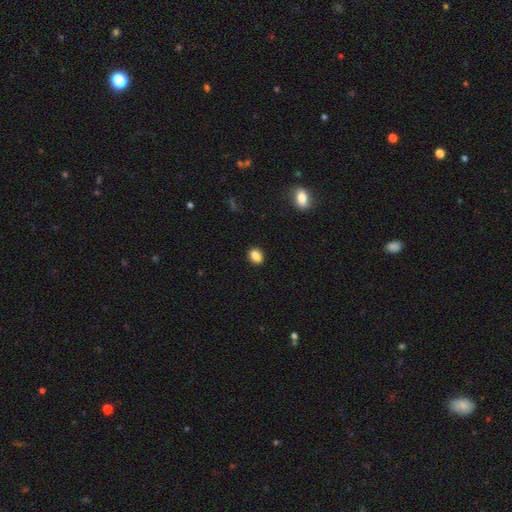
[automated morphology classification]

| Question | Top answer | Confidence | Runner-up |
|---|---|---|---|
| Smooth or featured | smooth | 85% | star or artifact (10%) |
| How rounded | in between | 56% | round (42%) |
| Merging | none | 81% | minor disturbance (12%) |